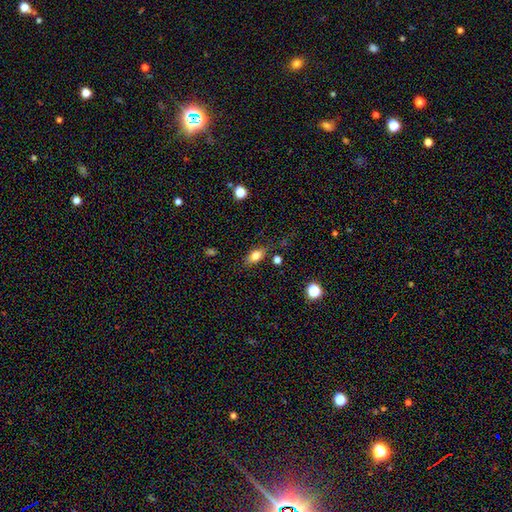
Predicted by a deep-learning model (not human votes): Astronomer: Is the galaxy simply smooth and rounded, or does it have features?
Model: smooth — 79%.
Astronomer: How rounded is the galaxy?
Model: in between — 84%.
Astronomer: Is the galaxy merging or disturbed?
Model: none — 79%.